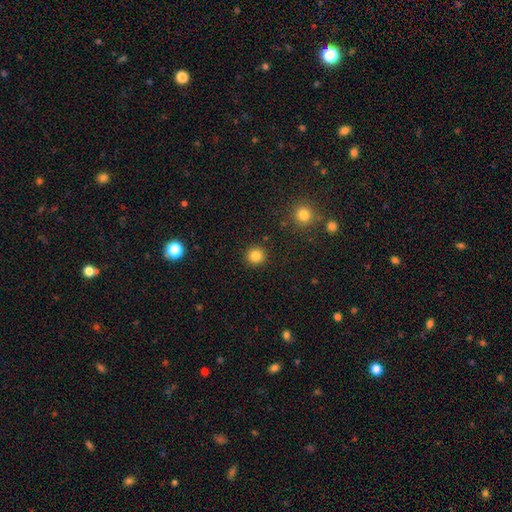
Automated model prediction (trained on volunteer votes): Smooth or featured? Predicted: smooth (p=0.84). How rounded? Predicted: round (p=0.93). Merging? Predicted: none (p=0.91).